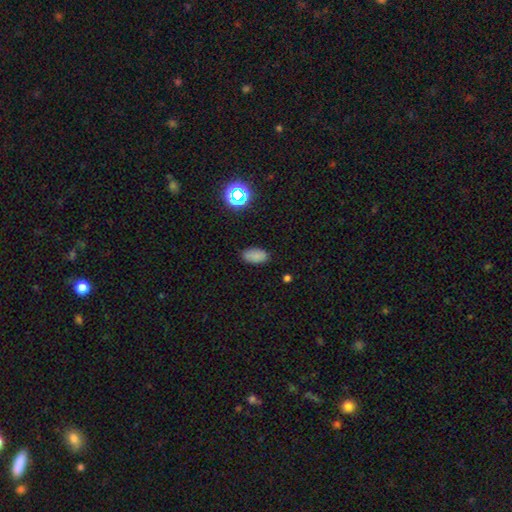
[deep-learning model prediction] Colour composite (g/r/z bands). It shows a smooth galaxy with no disk features (81%) that is in between round and cigar-shaped (93%). Merging: none (85%).